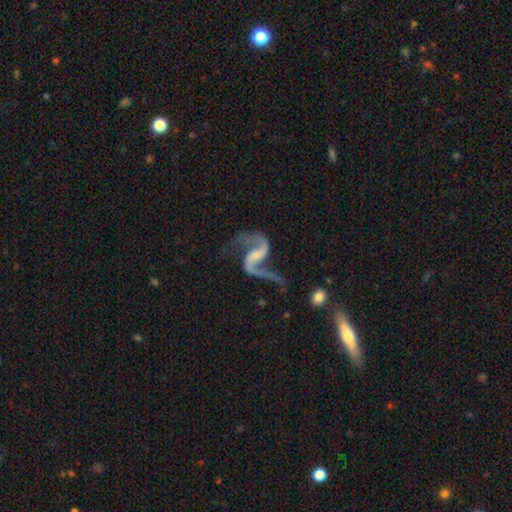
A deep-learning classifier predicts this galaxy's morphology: This is clearly a featured or disk galaxy (92%). It is clearly not viewed edge-on (98%). Bar: marginally weak (43%). Spiral arm pattern: clearly yes (97%). Spiral arm count: clearly 2 (93%). Spiral winding: likely loose (79%). Central bulge: possibly small (54%). Merging: possibly none (58%).